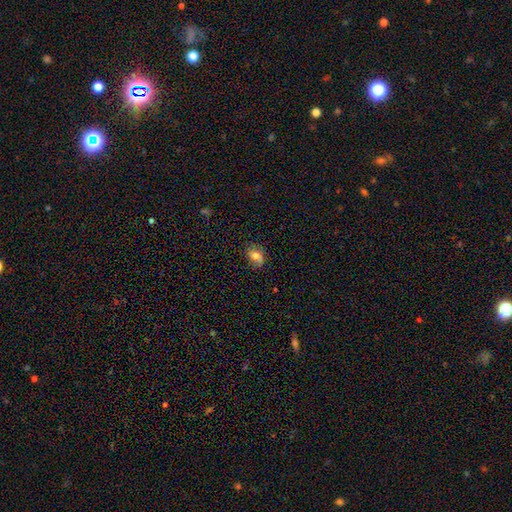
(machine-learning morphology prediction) Smooth or featured?
  - smooth: 69% *
  - featured or disk: 20%
  - star or artifact: 11%
How rounded?
  - in between: 73% *
  - round: 25%
  - cigar-shaped: 2%
Merging?
  - none: 67% *
  - minor disturbance: 24%
  - major disturbance: 7%
  - merger: 2%